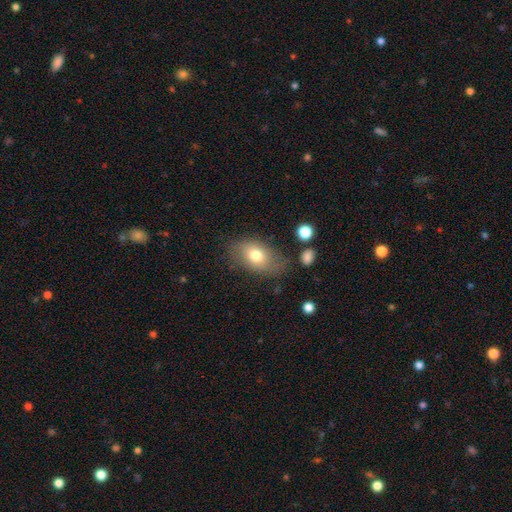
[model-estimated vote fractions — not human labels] Q: Smooth or featured?
A: smooth (74%); runner-up: featured or disk (18%)
Q: How rounded?
A: in between (86%); runner-up: round (12%)
Q: Merging?
A: none (69%); runner-up: minor disturbance (20%)